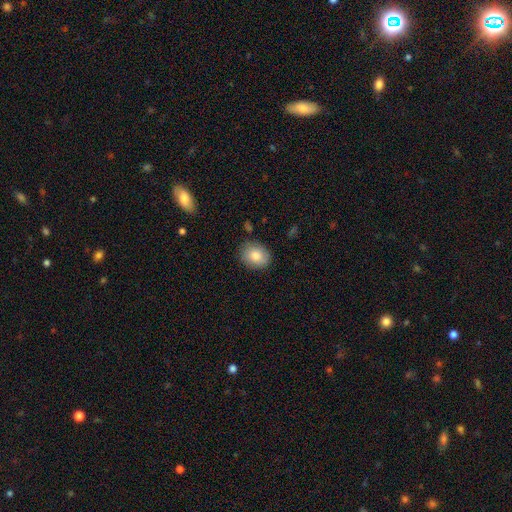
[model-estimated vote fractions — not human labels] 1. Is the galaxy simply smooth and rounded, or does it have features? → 83% smooth, 9% featured or disk, 7% star or artifact.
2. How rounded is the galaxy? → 57% in between, 42% round, 1% cigar-shaped.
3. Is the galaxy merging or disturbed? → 83% none, 12% minor disturbance, 3% major disturbance, 2% merger.